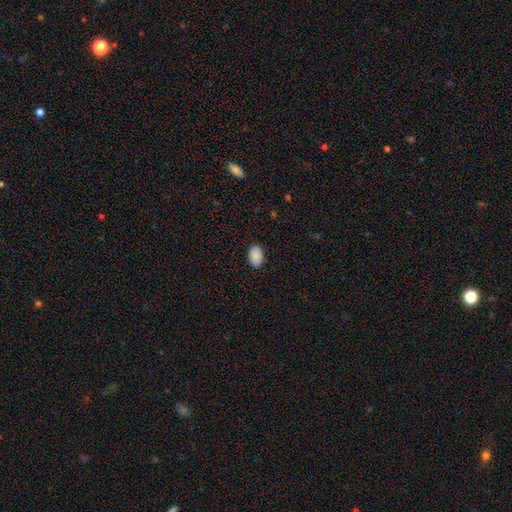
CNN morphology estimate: smooth-or-featured: smooth: 89% | star or artifact: 7% | featured or disk: 4%
  how-rounded: in between: 89% | round: 10% | cigar-shaped: 1%
  merging: none: 89% | minor disturbance: 8% | major disturbance: 2% | merger: 1%